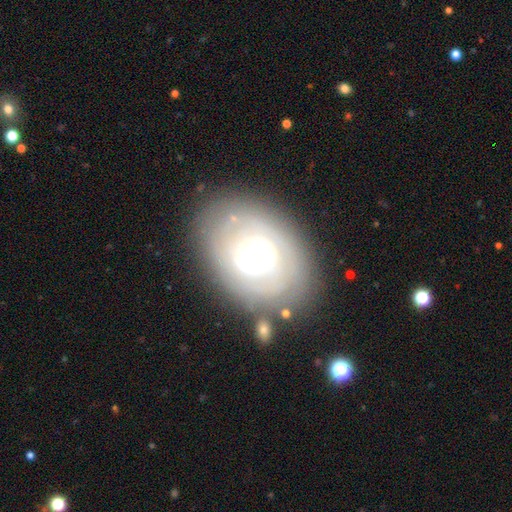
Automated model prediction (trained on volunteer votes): smooth-or-featured: featured or disk: 66% | smooth: 26% | star or artifact: 8%
  disk-edge-on: no: 94% | yes: 6%
    bar: no: 47% | weak: 36% | strong: 16%
    has-spiral-arms: no: 50% (tied) | yes: 50% (tied)
    bulge-size: moderate: 55% | large: 31% | small: 9% | dominant: 4% | none: 1%
  merging: none: 74% | minor disturbance: 15% | major disturbance: 7% | merger: 4%